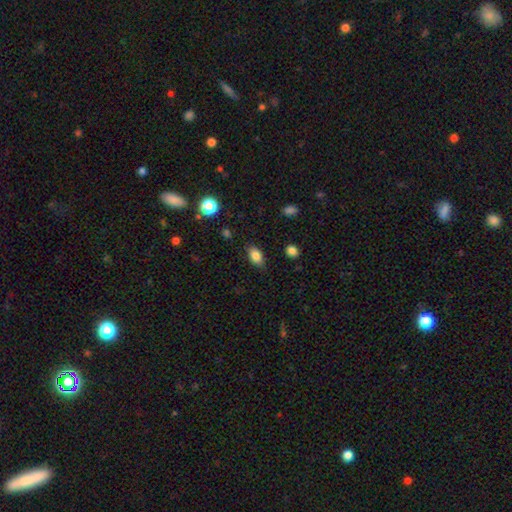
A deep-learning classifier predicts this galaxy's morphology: Smooth or featured? smooth (84%)
How rounded? in between (87%)
Merging? none (84%)